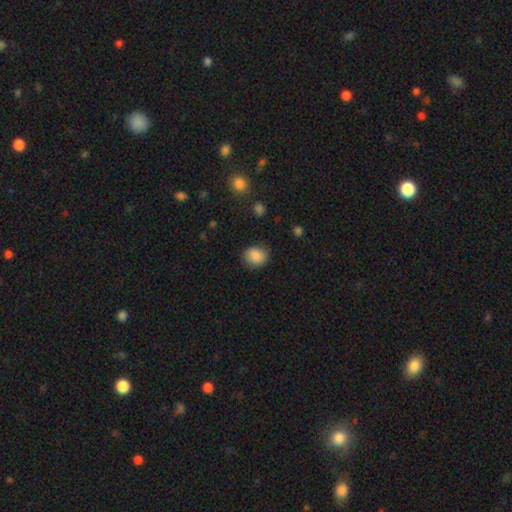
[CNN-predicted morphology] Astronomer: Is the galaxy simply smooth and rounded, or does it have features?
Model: smooth — 87%.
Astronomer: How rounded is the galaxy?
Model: round — 66%.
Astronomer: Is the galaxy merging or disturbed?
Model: none — 83%.